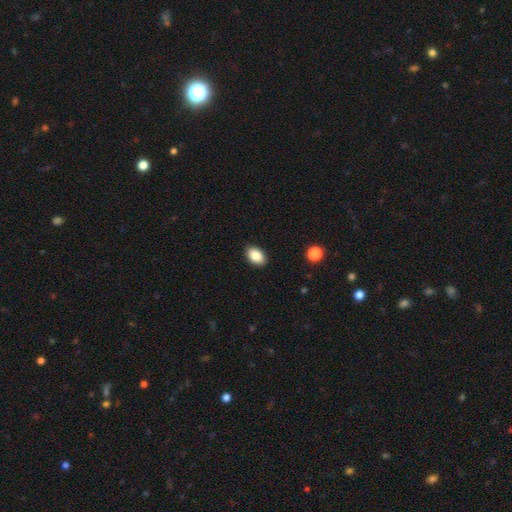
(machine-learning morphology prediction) A smooth galaxy with no disk features (87%) that is in between round and cigar-shaped (89%).

Vote fractions:
- Smooth or featured? smooth: 87% / star or artifact: 8% / featured or disk: 6%
- How rounded? in between: 89% / round: 10% / cigar-shaped: 1%
- Merging? none: 89% / minor disturbance: 8% / major disturbance: 2% / merger: 1%